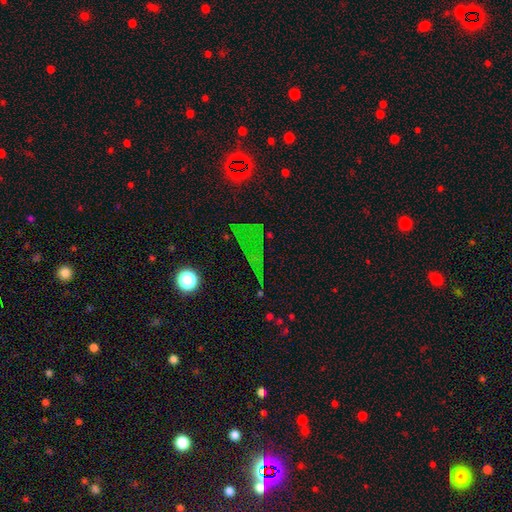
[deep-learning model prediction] The model was most divided on "smooth or featured": star or artifact: 66%, smooth: 19%, featured or disk: 14%.